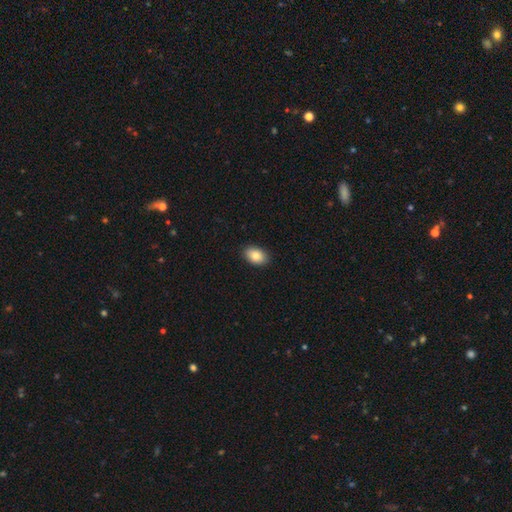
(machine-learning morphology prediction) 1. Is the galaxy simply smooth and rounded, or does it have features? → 85% smooth, 8% featured or disk, 7% star or artifact.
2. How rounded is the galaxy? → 88% in between, 10% round, 1% cigar-shaped.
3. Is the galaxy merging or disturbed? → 90% none, 7% minor disturbance, 2% major disturbance, 1% merger.